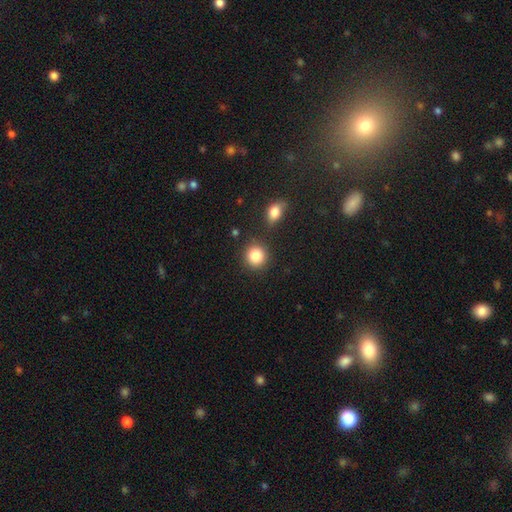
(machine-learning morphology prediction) smooth 86%, star or artifact 9%, featured or disk 5%. Down the decision tree: how rounded — round (89%); merging — none (82%).